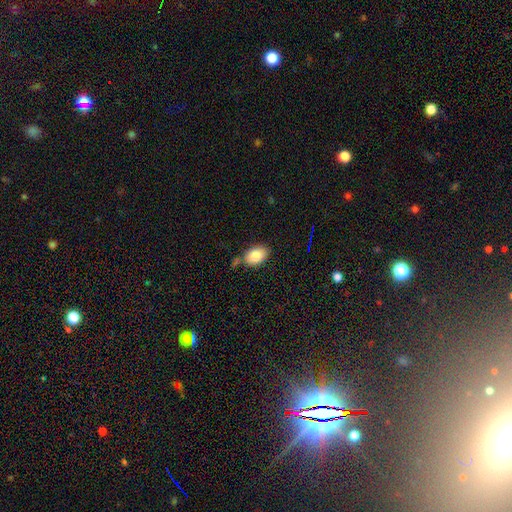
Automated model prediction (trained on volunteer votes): smooth-or-featured: smooth: 82% | featured or disk: 10% | star or artifact: 8%
  how-rounded: in between: 84% | round: 15% | cigar-shaped: 1%
  merging: none: 71% | minor disturbance: 17% | merger: 8% | major disturbance: 4%